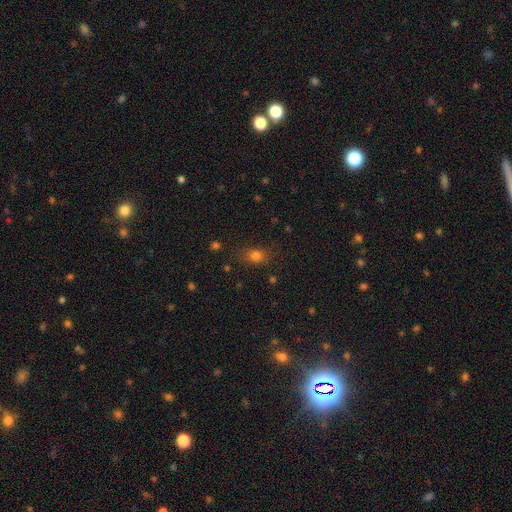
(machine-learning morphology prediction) A smooth galaxy with no disk features (77%) that is in between round and cigar-shaped (60%). Merging: none (77%).